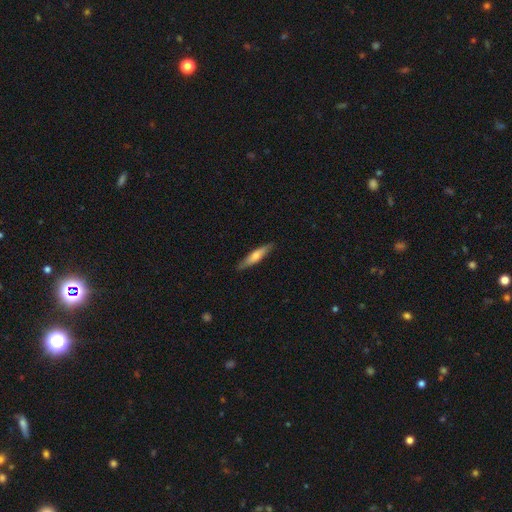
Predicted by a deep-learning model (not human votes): smooth-or-featured: smooth: 60% | featured or disk: 35% | star or artifact: 5%
  how-rounded: cigar-shaped: 83% | in between: 15% | round: 2%
  merging: none: 88% | minor disturbance: 10% | major disturbance: 2% | merger: 1%